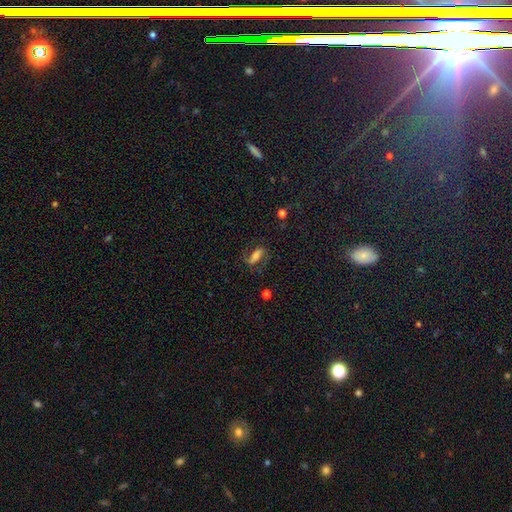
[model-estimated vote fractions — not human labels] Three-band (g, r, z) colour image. It shows a smooth galaxy with no disk features (45%). Merging: none (68%).